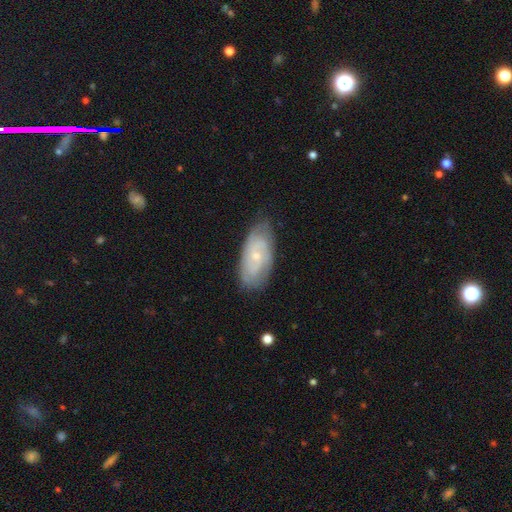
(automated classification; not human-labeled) Smooth or featured?
  - featured or disk: 65% *
  - smooth: 28%
  - star or artifact: 7%
Edge-on disk?
  - no: 93% *
  - yes: 7%
Bar?
  - no: 73% *
  - weak: 24%
  - strong: 4%
Spiral arms?
  - yes: 84% *
  - no: 16%
Spiral winding?
  - tight: 60% *
  - medium: 31%
  - loose: 9%
Spiral arm count?
  - can't tell: 47% *
  - 2: 31%
  - 3: 10%
  - 4: 5%
  - 1: 4%
  - more than 4: 3%
Bulge size?
  - small: 76% *
  - moderate: 19%
  - none: 3%
  - large: 1%
  - dominant: 1%
Merging?
  - none: 74% *
  - minor disturbance: 20%
  - major disturbance: 4%
  - merger: 1%